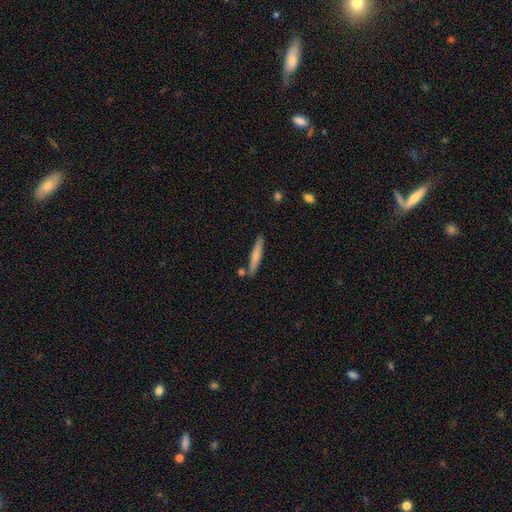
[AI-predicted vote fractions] Smooth or featured? smooth (69%)
How rounded? cigar-shaped (93%)
Merging? none (82%)